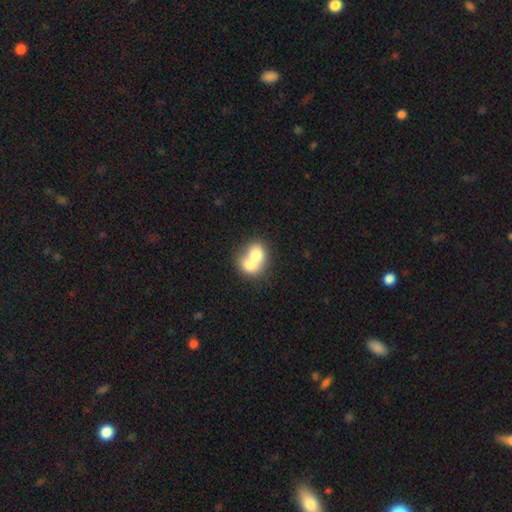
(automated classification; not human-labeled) Smooth or featured? Predicted: smooth (p=0.70). How rounded? Predicted: round (p=0.55). Merging? Predicted: merger (p=0.75).